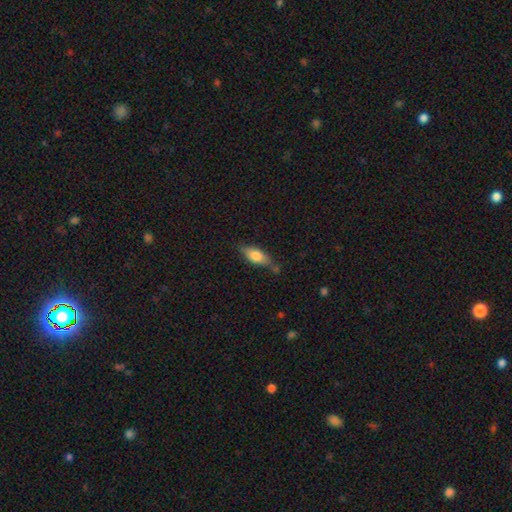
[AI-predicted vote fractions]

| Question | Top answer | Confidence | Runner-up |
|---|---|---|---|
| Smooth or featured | smooth | 66% | featured or disk (27%) |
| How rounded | in between | 71% | cigar-shaped (25%) |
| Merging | none | 67% | minor disturbance (22%) |